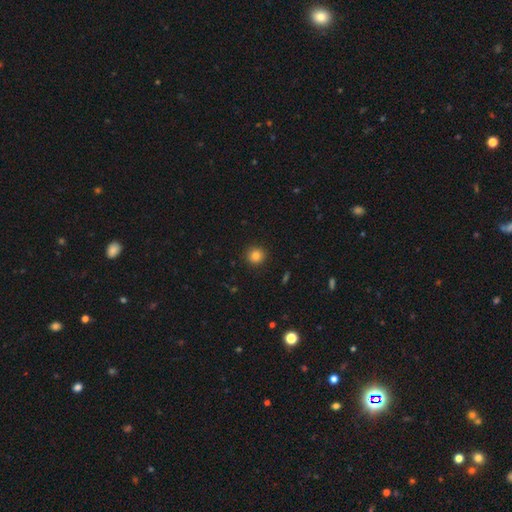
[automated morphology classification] Smooth or featured? Predicted: smooth (p=0.83). How rounded? Predicted: round (p=0.93). Merging? Predicted: none (p=0.91).